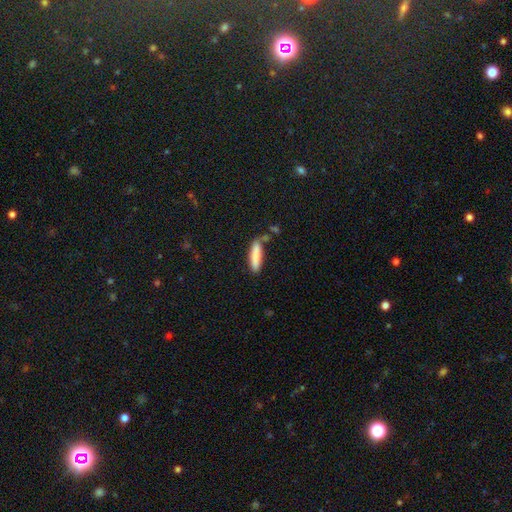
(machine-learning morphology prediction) smooth-or-featured: smooth: 84% | featured or disk: 10% | star or artifact: 6%
  how-rounded: cigar-shaped: 73% | in between: 26% | round: 1%
  merging: none: 72% | minor disturbance: 17% | merger: 7% | major disturbance: 4%